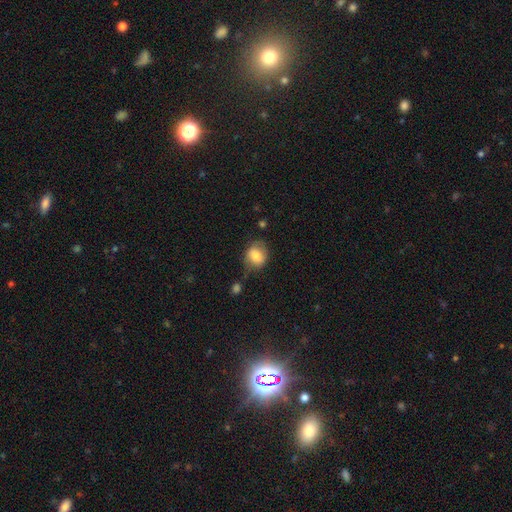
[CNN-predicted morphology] Smooth or featured?
  - smooth: 77% *
  - featured or disk: 15%
  - star or artifact: 8%
How rounded?
  - round: 55% *
  - in between: 44%
  - cigar-shaped: 1%
Merging?
  - none: 58% *
  - minor disturbance: 26%
  - major disturbance: 10%
  - merger: 6%